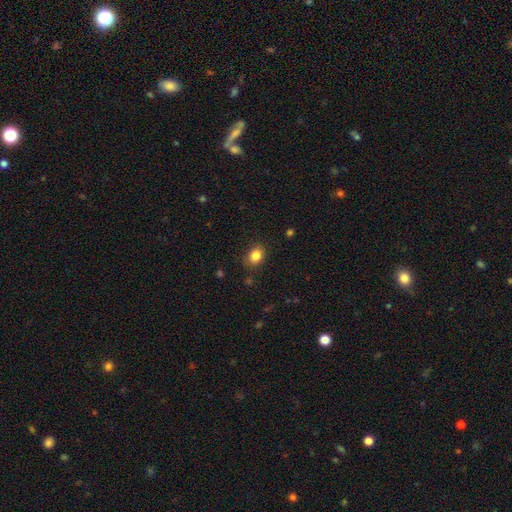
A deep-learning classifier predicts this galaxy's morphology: Q: Smooth or featured?
A: smooth (85%); runner-up: star or artifact (10%)
Q: How rounded?
A: in between (60%); runner-up: round (39%)
Q: Merging?
A: none (84%); runner-up: minor disturbance (12%)